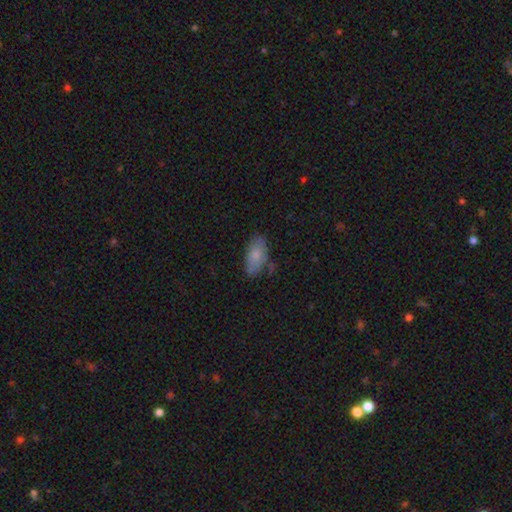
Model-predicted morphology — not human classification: This is likely a smooth galaxy (78%). How rounded: clearly in between (91%). Merging: likely none (68%).